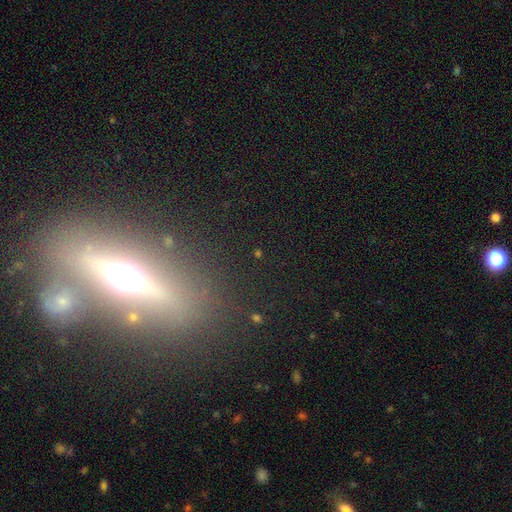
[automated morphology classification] Smooth or featured? featured or disk (66%)
Edge-on disk? yes (84%)
Edge-on bulge? rounded (92%)
Merging? none (76%)